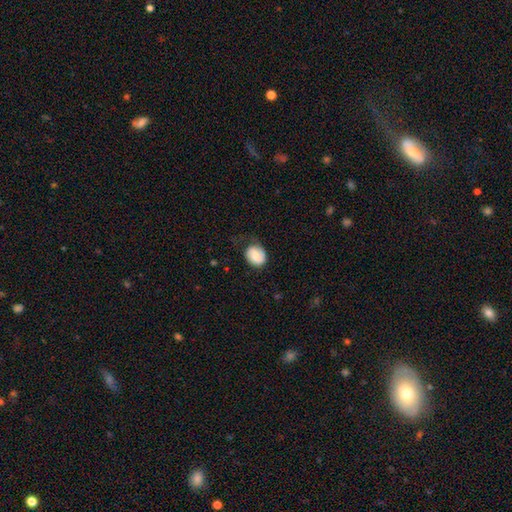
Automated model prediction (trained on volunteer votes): Overall: smooth (63%; featured or disk 30%). How rounded: in between (52%; round 47%). Merging: none (52%; minor disturbance 30%).